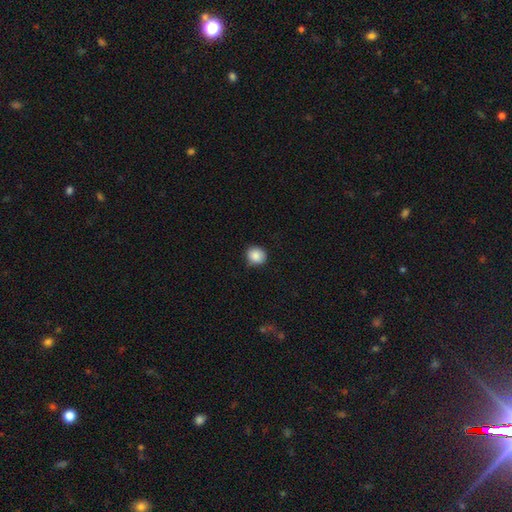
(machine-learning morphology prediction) This is clearly a smooth galaxy (87%). How rounded: clearly round (82%). Merging: likely none (80%).